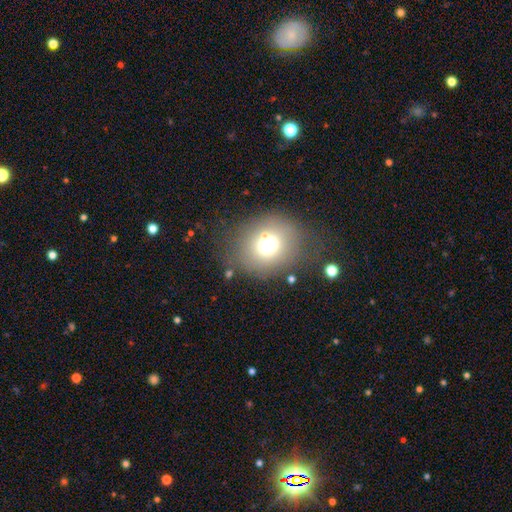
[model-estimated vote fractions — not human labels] This appears to be a smooth galaxy with no disk features (66%) that is round (62%). Merging: none (73%).